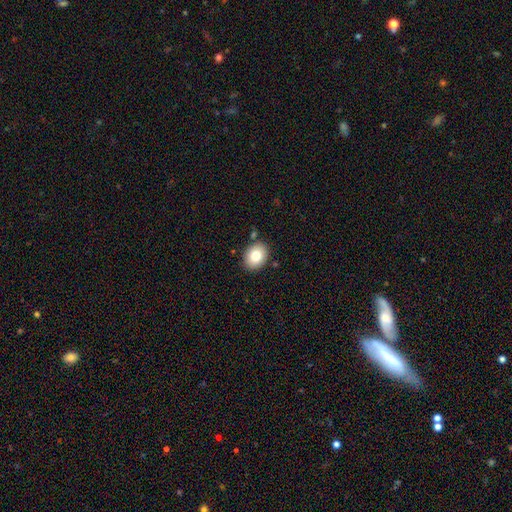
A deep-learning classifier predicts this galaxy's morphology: Smooth or featured? Predicted: smooth (p=0.80). How rounded? Predicted: in between (p=0.66). Merging? Predicted: none (p=0.85).